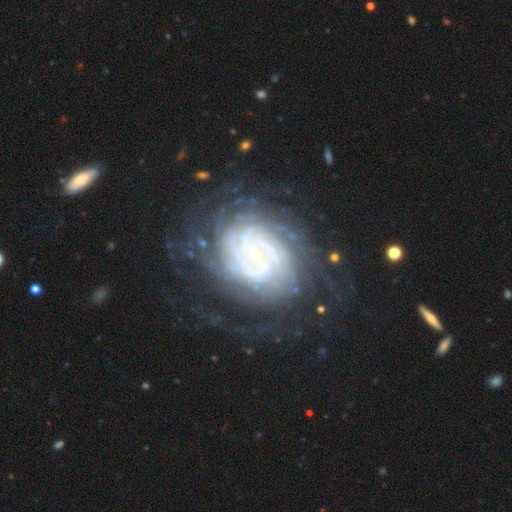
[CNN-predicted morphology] A featured or disk galaxy (87%) with no bar (52%), tight (81%) spiral arms (97%) and a small central bulge (83%).

Vote fractions:
- Smooth or featured? featured or disk: 87% / star or artifact: 7% / smooth: 5%
- Edge-on disk? no: 97% / yes: 3%
- Bar? no: 52% / weak: 33% / strong: 15%
- Spiral arms? yes: 97% / no: 3%
- Spiral winding? tight: 81% / medium: 16% / loose: 4%
- Spiral arm count? can't tell: 28% / more than 4: 24% / 2: 15% / 4: 14% / 3: 11% / 1: 8%
- Bulge size? small: 83% / moderate: 9% / none: 5% / large: 2% / dominant: 1%
- Merging? none: 71% / minor disturbance: 16% / major disturbance: 11% / merger: 2%